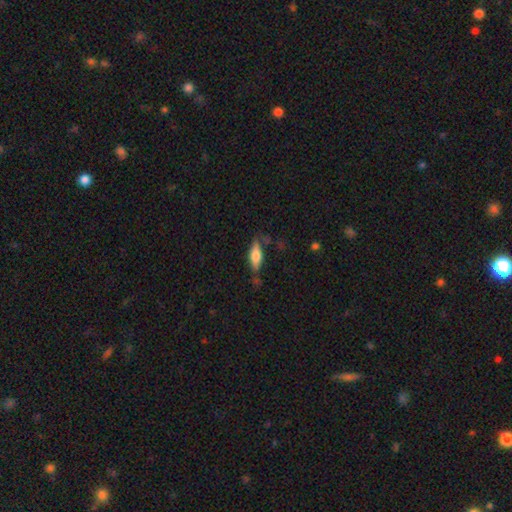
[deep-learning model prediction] A smooth galaxy with no disk features (63%) that is in between round and cigar-shaped (63%). Merging: none (66%).